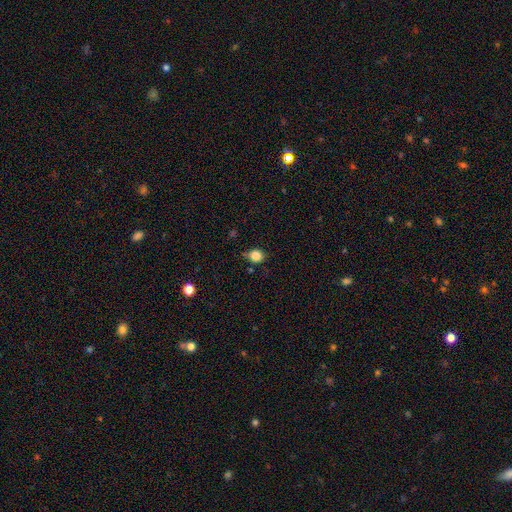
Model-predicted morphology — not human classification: type=smooth (83%); roundness=round (74%); merging=none (73%).